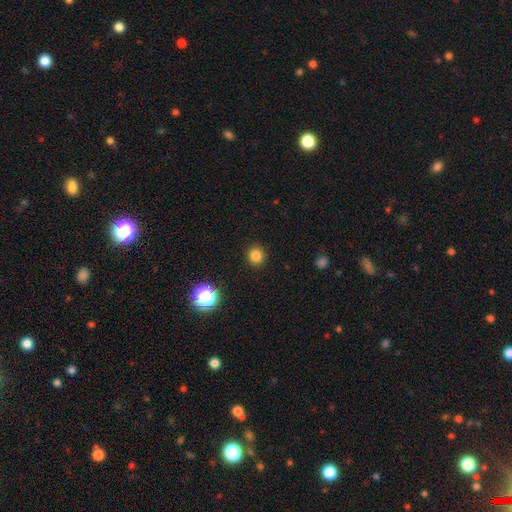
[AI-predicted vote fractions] smooth-or-featured: smooth: 82% | star or artifact: 14% | featured or disk: 4%
  how-rounded: round: 92% | in between: 7% | cigar-shaped: 1%
  merging: none: 92% | minor disturbance: 5% | major disturbance: 2% | merger: 1%